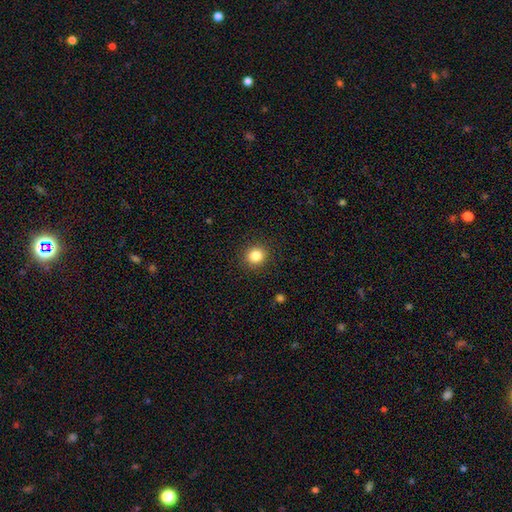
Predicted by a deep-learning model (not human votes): smooth_or_featured: smooth (p=0.85) [alt: star or artifact p=0.11]
how_rounded: round (p=0.88) [alt: in between p=0.12]
merging: none (p=0.91) [alt: minor disturbance p=0.06]